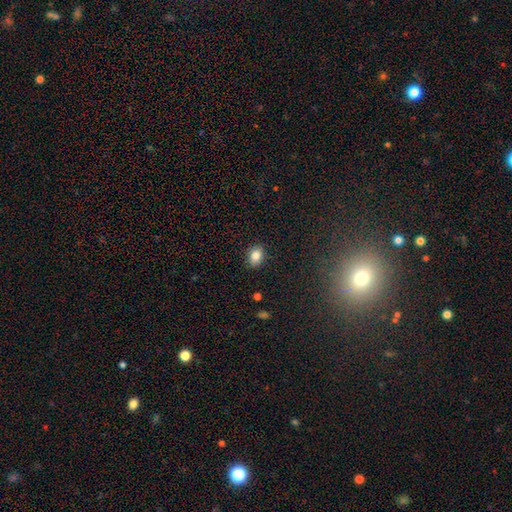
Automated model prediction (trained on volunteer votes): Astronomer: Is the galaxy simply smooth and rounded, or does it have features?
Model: smooth — 82%.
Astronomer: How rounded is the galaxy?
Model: in between — 67%.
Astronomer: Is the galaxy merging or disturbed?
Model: none — 88%.